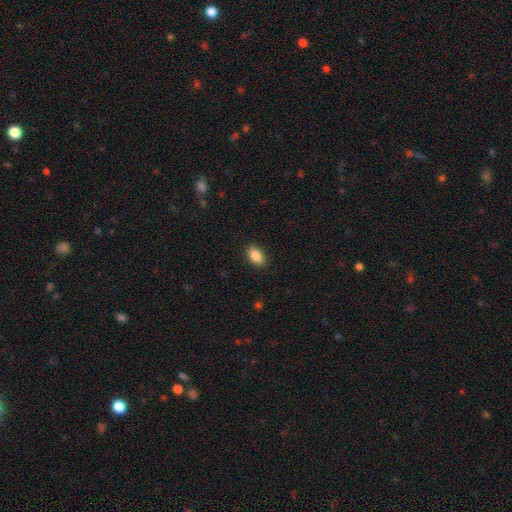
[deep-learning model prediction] Q: Smooth or featured?
A: smooth (86%); runner-up: star or artifact (7%)
Q: How rounded?
A: in between (90%); runner-up: round (6%)
Q: Merging?
A: none (89%); runner-up: minor disturbance (8%)